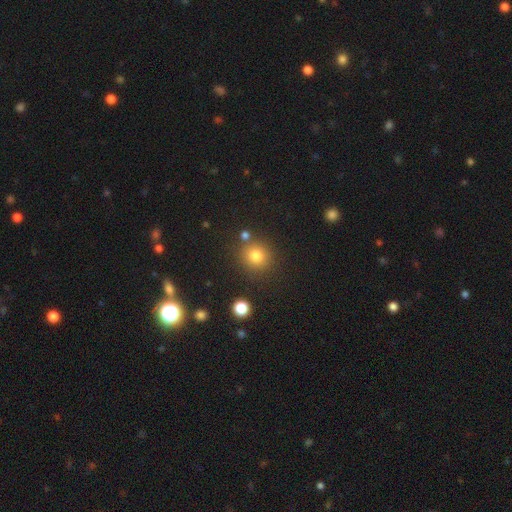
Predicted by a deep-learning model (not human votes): The model was most divided on "smooth or featured": smooth: 80%, star or artifact: 14%, featured or disk: 6%. More confident: how rounded — round (90%); merging — none (81%).